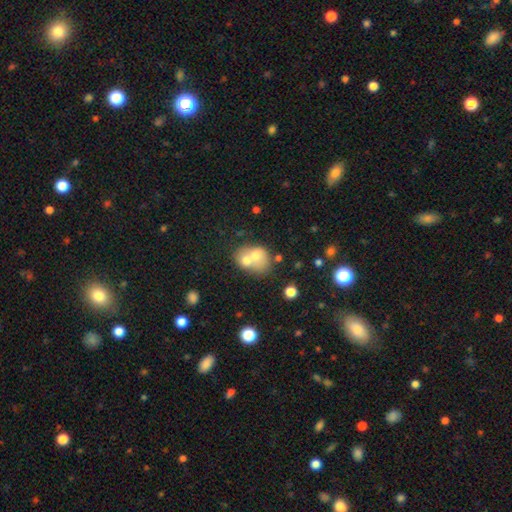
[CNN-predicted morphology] smooth_or_featured: smooth (p=0.63) [alt: featured or disk p=0.28]
how_rounded: round (p=0.51) [alt: in between p=0.49]
merging: merger (p=0.70) [alt: none p=0.19]